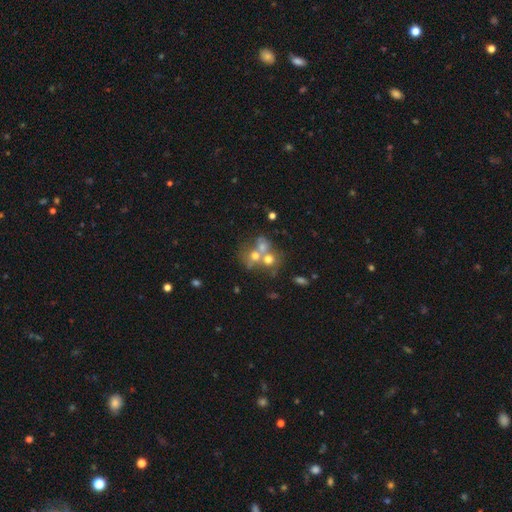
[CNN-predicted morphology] This appears to be a smooth galaxy with no disk features (41%). Merging: merger (57%).